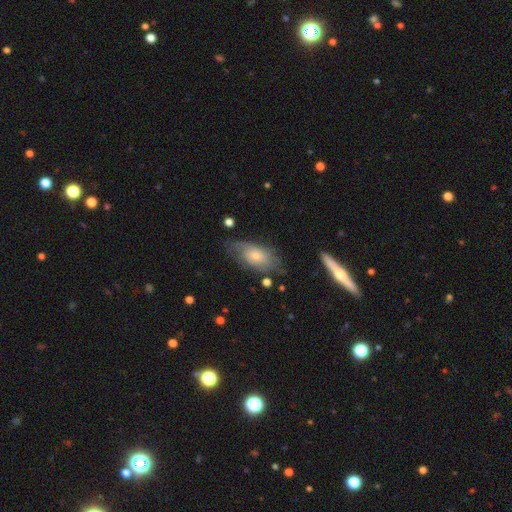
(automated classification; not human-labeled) Morphology: type=featured or disk (48%); merging=none (59%).